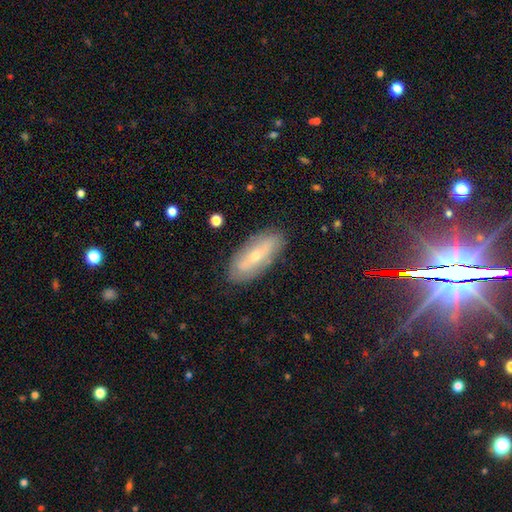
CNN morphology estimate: This appears to be a featured or disk galaxy (52%). Merging: none (84%).